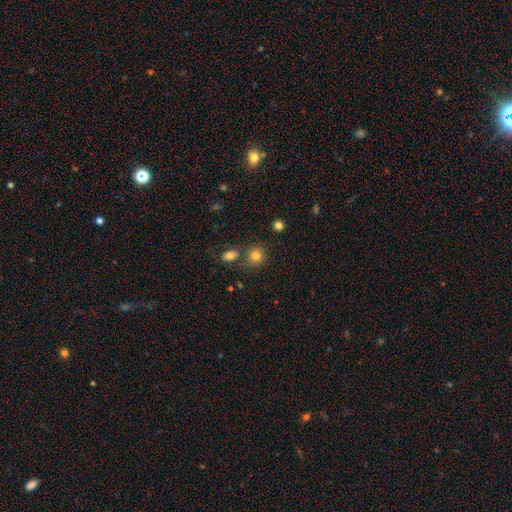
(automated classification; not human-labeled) Smooth or featured? Predicted: smooth (p=0.81). How rounded? Predicted: round (p=0.81). Merging? Predicted: none (p=0.66).